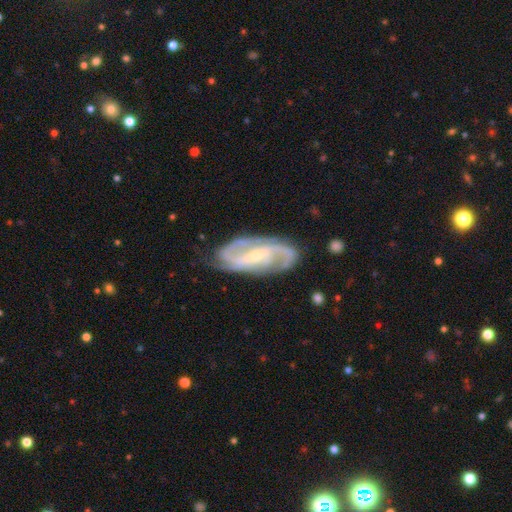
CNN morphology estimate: smooth-or-featured: featured or disk: 89% | smooth: 7% | star or artifact: 5%
  disk-edge-on: no: 95% | yes: 5%
    bar: weak: 38% | strong: 33% | no: 29%
    has-spiral-arms: yes: 97% | no: 3%
      spiral-winding: medium: 48% | tight: 34% | loose: 18%
      spiral-arm-count: 2: 65% | 3: 17% | can't tell: 9% | 4: 4% | 1: 3% | more than 4: 3%
    bulge-size: small: 72% | moderate: 24% | none: 2% | large: 1% | dominant: 1%
  merging: none: 75% | minor disturbance: 18% | major disturbance: 6% | merger: 2%